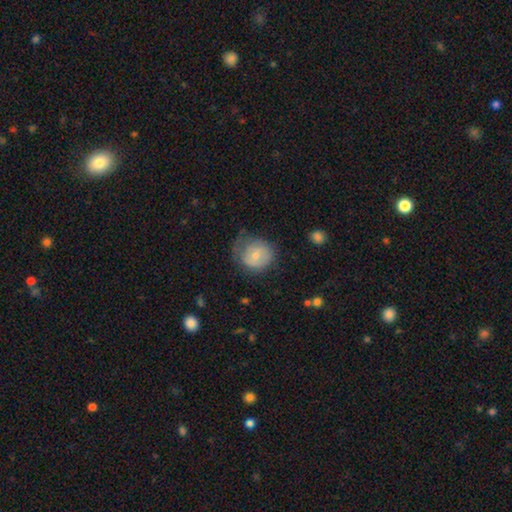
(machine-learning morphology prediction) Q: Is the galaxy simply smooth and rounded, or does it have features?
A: smooth — 67%.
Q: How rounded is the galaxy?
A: round — 79%.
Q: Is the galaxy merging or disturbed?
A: none — 47%.